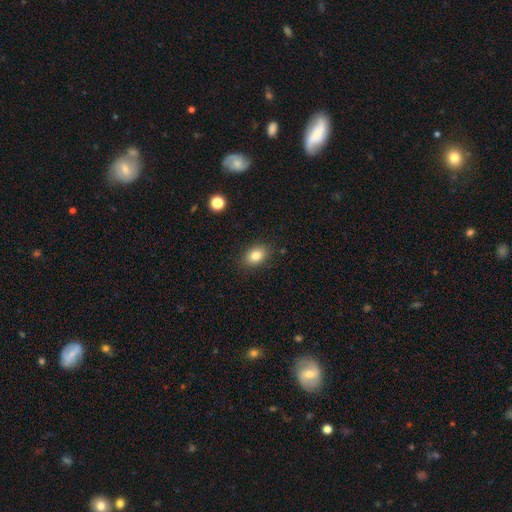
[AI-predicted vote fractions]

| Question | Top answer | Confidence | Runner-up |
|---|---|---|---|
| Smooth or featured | smooth | 83% | star or artifact (9%) |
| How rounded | in between | 82% | round (16%) |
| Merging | none | 87% | minor disturbance (9%) |